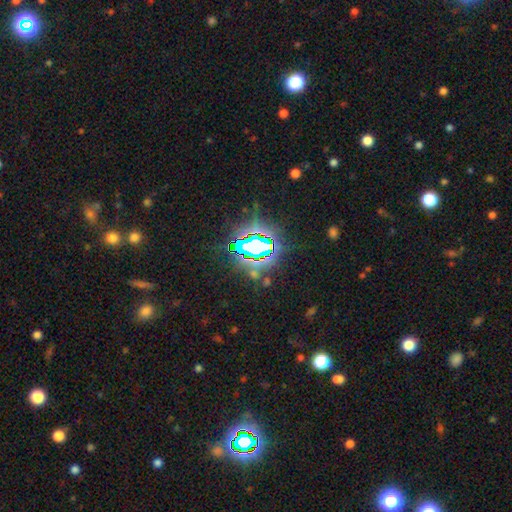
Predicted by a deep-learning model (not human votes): A star or artifact, not a galaxy (78%).